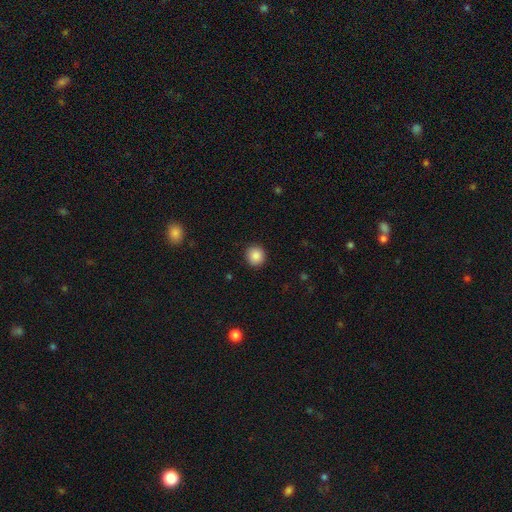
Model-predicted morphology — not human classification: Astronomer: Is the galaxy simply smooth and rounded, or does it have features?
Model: smooth — 88%.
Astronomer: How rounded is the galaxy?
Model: round — 92%.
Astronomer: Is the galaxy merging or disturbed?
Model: none — 91%.